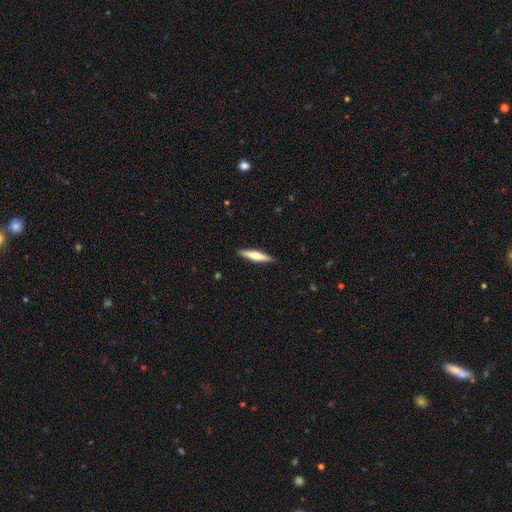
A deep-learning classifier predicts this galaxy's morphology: Smooth or featured: smooth — 51% (featured or disk — 44%)
How rounded: cigar-shaped — 86% (in between — 12%)
Merging: none — 91% (minor disturbance — 7%)